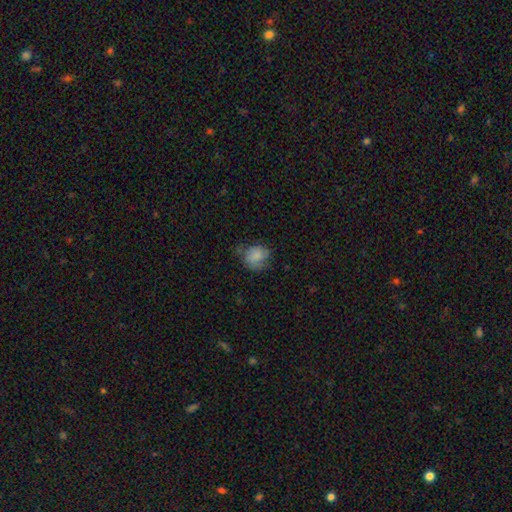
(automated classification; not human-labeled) This appears to be a smooth galaxy with no disk features (73%) that is round (60%). Merging: none (49%).